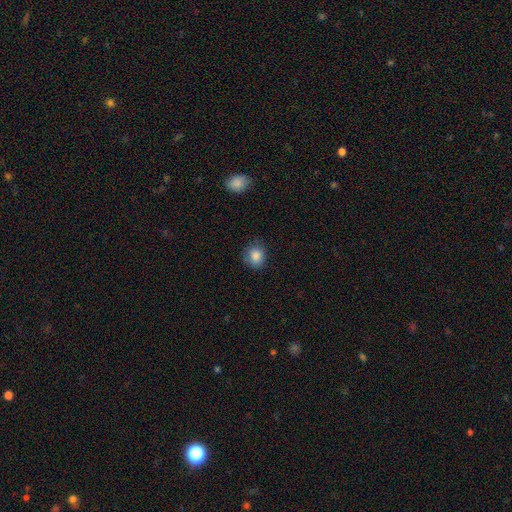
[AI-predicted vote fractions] smooth-or-featured: smooth: 85% | star or artifact: 9% | featured or disk: 5%
  how-rounded: round: 71% | in between: 28% | cigar-shaped: 1%
  merging: none: 76% | minor disturbance: 19% | major disturbance: 4% | merger: 1%